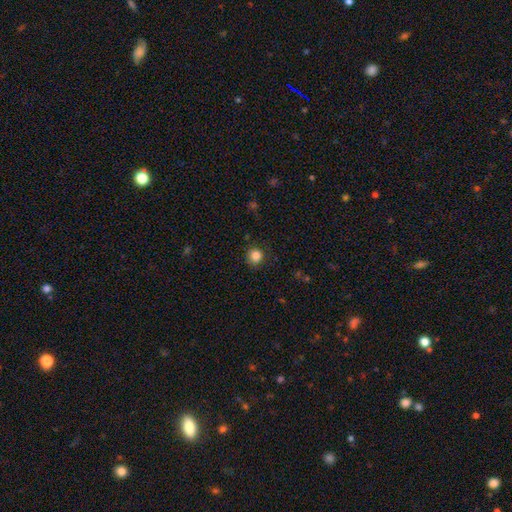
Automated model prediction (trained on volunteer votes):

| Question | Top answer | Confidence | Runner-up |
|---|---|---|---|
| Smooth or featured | smooth | 85% | star or artifact (11%) |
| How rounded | round | 90% | in between (9%) |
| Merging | none | 85% | minor disturbance (11%) |